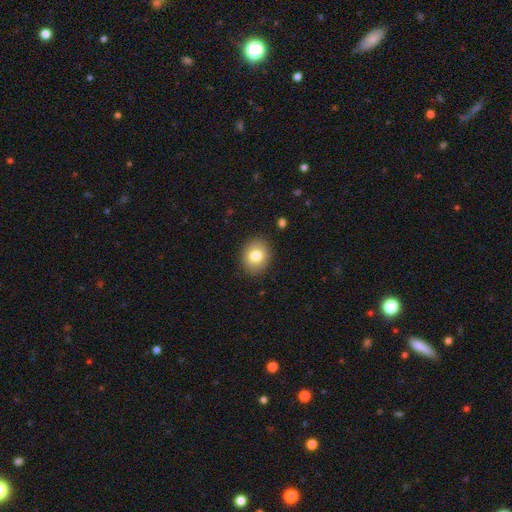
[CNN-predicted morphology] This is likely a smooth galaxy (80%). How rounded: possibly round (58%). Merging: clearly none (88%).